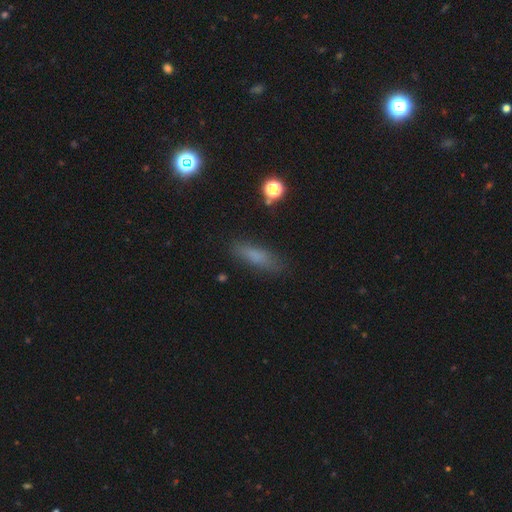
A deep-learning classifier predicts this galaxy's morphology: A smooth galaxy with no disk features (74%) that is cigar-shaped (53%).

Vote fractions:
- Smooth or featured? smooth: 74% / featured or disk: 13% / star or artifact: 13%
- How rounded? cigar-shaped: 53% / in between: 44% / round: 3%
- Merging? none: 81% / minor disturbance: 13% / major disturbance: 4% / merger: 2%